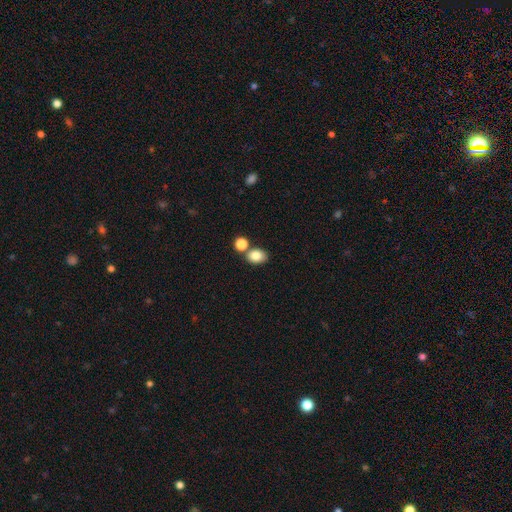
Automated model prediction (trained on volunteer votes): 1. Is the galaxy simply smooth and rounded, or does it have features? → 83% smooth, 10% star or artifact, 7% featured or disk.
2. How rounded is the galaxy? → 65% in between, 34% round, 1% cigar-shaped.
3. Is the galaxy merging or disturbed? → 65% none, 21% merger, 11% minor disturbance, 3% major disturbance.